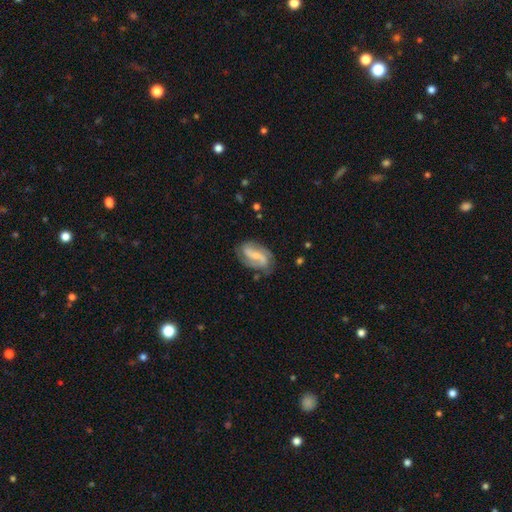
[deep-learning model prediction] This appears to be a featured or disk galaxy (77%) with a weak bar (40%), 2 (81%) medium (42%) spiral arms (93%) and a small central bulge (56%). Merging: none (72%).